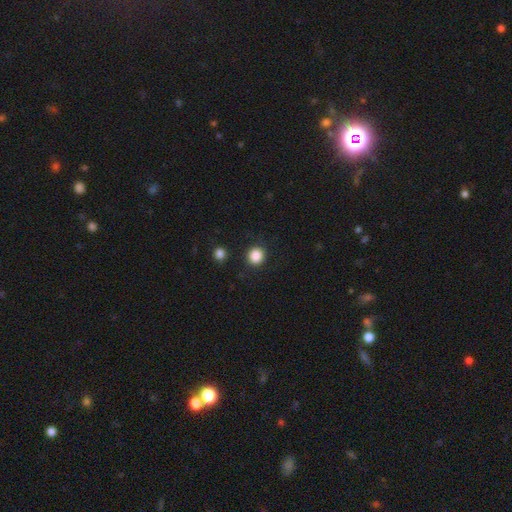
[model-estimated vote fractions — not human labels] Smooth or featured?
  - smooth: 87% *
  - star or artifact: 10%
  - featured or disk: 3%
How rounded?
  - round: 90% *
  - in between: 9%
  - cigar-shaped: 1%
Merging?
  - none: 90% *
  - minor disturbance: 6%
  - major disturbance: 3%
  - merger: 2%